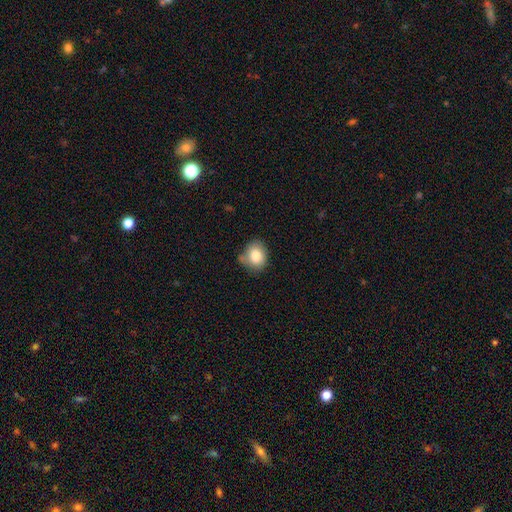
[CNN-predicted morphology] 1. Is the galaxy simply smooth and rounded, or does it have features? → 81% smooth, 10% featured or disk, 9% star or artifact.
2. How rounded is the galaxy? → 64% round, 36% in between, 1% cigar-shaped.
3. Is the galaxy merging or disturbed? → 60% none, 27% minor disturbance, 7% merger, 6% major disturbance.